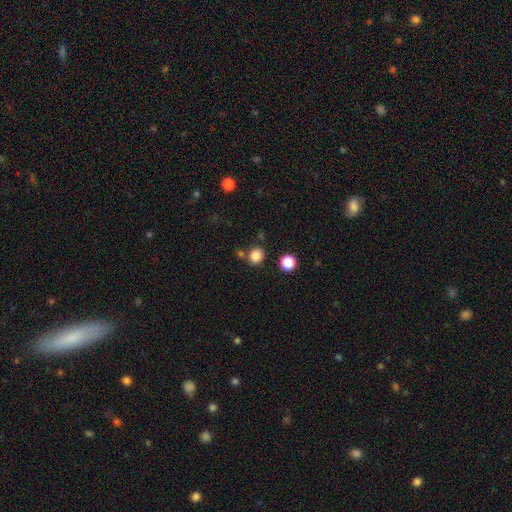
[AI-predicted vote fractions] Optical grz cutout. It shows a smooth galaxy with no disk features (85%) that is round (73%). Merging: none (78%).